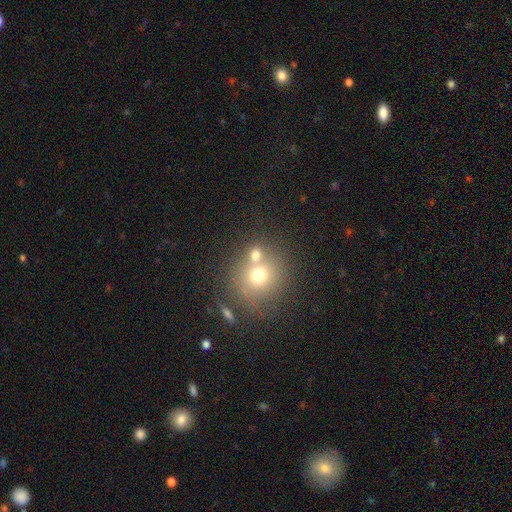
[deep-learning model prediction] Q: Smooth or featured?
A: smooth (69%); runner-up: star or artifact (16%)
Q: How rounded?
A: round (83%); runner-up: in between (16%)
Q: Merging?
A: none (50%); runner-up: merger (37%)